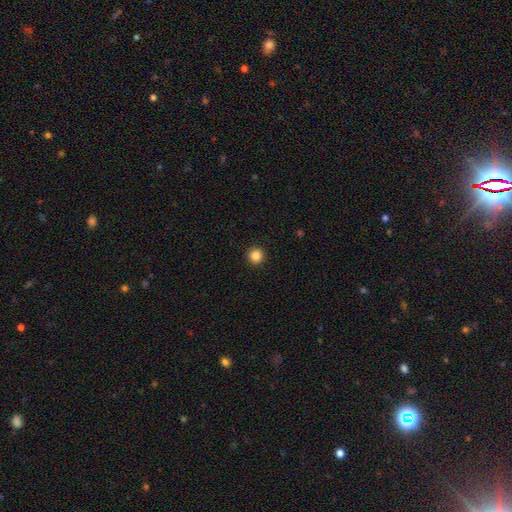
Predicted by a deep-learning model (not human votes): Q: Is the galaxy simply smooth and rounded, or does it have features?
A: smooth — 86%.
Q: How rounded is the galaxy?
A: round — 96%.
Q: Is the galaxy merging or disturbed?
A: none — 93%.